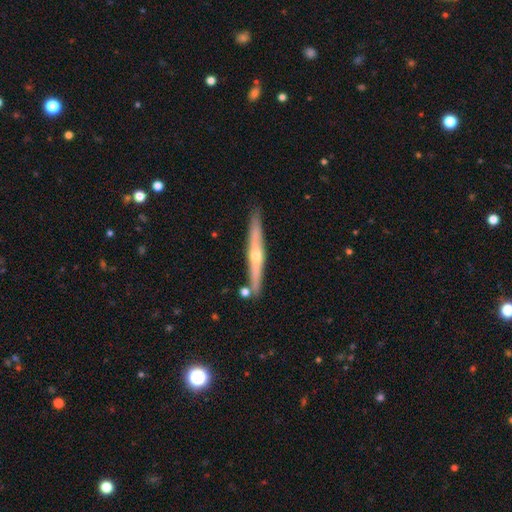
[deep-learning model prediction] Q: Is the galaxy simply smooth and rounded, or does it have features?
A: featured or disk — 68%.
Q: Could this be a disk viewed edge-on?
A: yes — 96%.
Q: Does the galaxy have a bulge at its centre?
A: rounded — 80%.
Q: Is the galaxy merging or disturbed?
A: none — 85%.